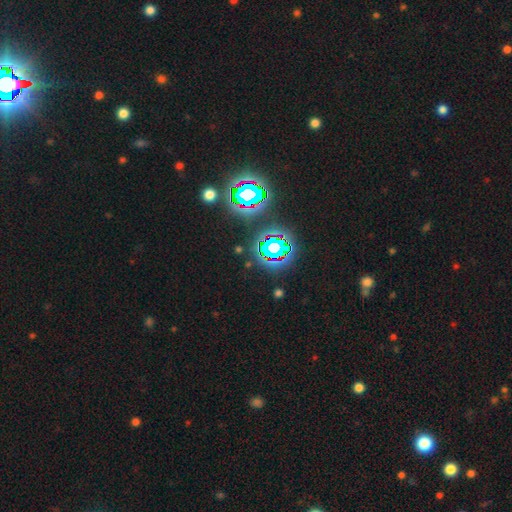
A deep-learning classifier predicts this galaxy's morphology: Q: Smooth or featured?
A: star or artifact (82%); runner-up: smooth (11%)